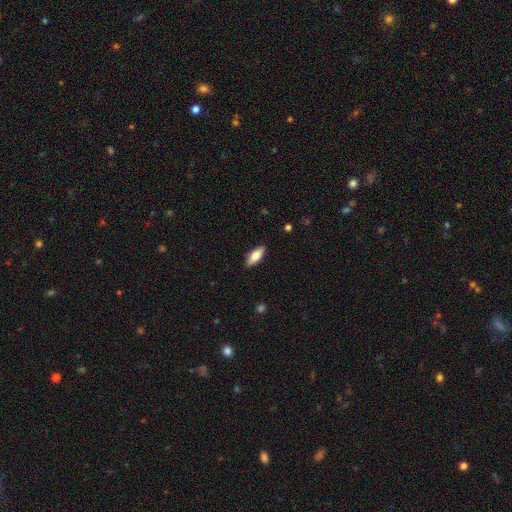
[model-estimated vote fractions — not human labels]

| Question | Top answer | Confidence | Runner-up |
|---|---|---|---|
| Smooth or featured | smooth | 71% | featured or disk (23%) |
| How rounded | in between | 72% | cigar-shaped (26%) |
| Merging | none | 89% | minor disturbance (9%) |